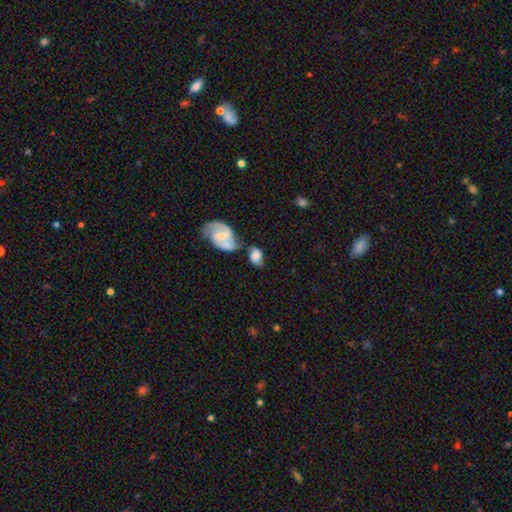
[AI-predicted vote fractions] The model was most divided on "merging": merger: 37%, none: 36%, minor disturbance: 18%, major disturbance: 9%. More confident: how rounded — in between (76%); smooth or featured — smooth (55%).